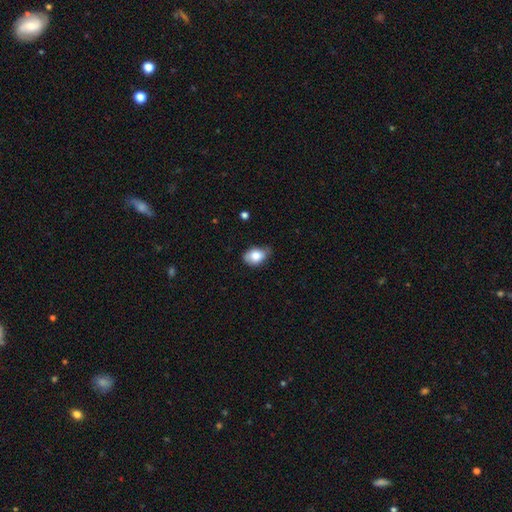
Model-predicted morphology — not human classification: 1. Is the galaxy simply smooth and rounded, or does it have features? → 83% smooth, 10% featured or disk, 7% star or artifact.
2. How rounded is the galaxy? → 78% in between, 21% round, 1% cigar-shaped.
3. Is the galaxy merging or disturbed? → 50% none, 41% minor disturbance, 7% major disturbance, 2% merger.